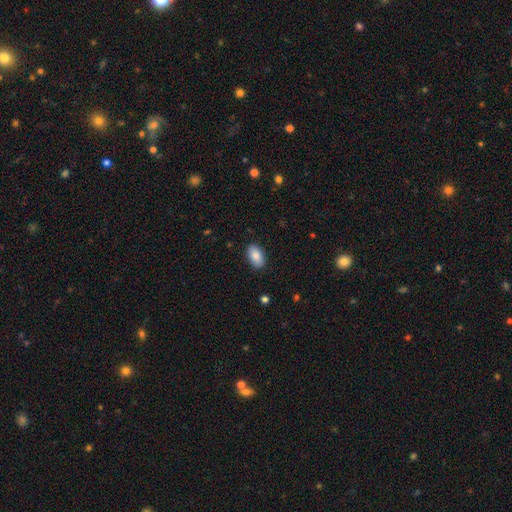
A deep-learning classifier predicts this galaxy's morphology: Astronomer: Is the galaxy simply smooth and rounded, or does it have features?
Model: smooth — 87%.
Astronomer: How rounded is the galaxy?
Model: in between — 94%.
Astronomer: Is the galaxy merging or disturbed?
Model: none — 88%.